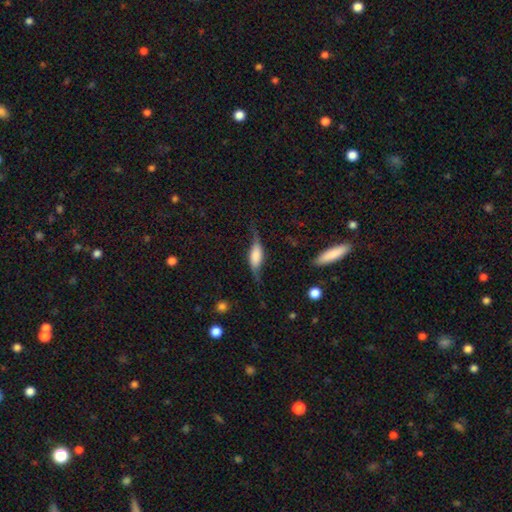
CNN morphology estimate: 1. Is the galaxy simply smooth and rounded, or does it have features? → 58% featured or disk, 34% smooth, 8% star or artifact.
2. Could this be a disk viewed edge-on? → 58% yes, 42% no.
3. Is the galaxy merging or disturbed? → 59% none, 25% minor disturbance, 13% major disturbance, 2% merger.